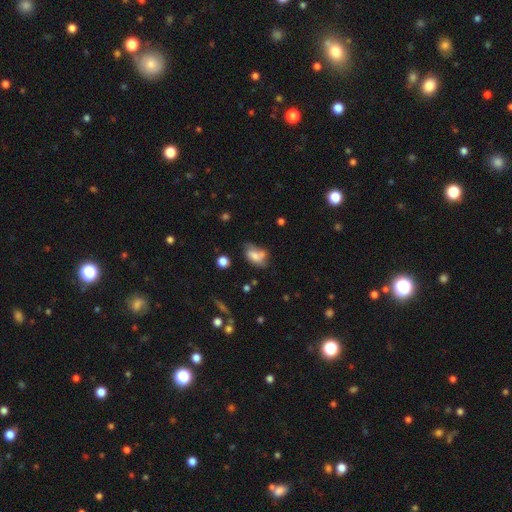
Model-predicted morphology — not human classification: A smooth galaxy with no disk features (60%) that is in between round and cigar-shaped (82%).

Vote fractions:
- Smooth or featured? smooth: 60% / featured or disk: 29% / star or artifact: 11%
- How rounded? in between: 82% / round: 16% / cigar-shaped: 2%
- Merging? none: 37% / minor disturbance: 28% / merger: 22% / major disturbance: 14%